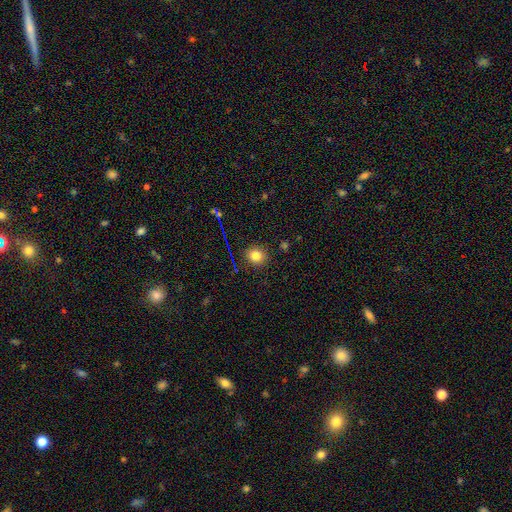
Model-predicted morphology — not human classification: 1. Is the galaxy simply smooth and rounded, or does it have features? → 79% smooth, 14% star or artifact, 7% featured or disk.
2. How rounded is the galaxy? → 85% round, 14% in between, 1% cigar-shaped.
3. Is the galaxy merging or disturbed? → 88% none, 8% minor disturbance, 3% major disturbance, 2% merger.